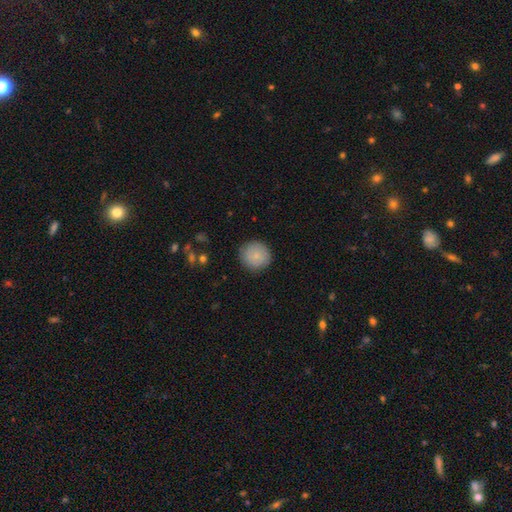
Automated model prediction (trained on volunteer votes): smooth 83%, featured or disk 10%, star or artifact 7%. Down the decision tree: how rounded — round (92%); merging — none (88%).